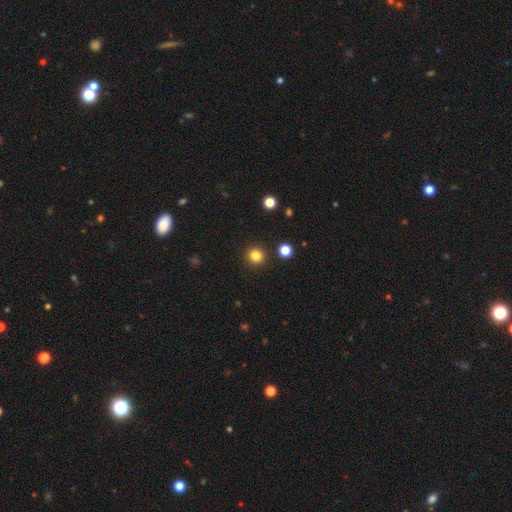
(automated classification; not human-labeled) Morphology: type=smooth (83%); roundness=round (94%); merging=none (92%).